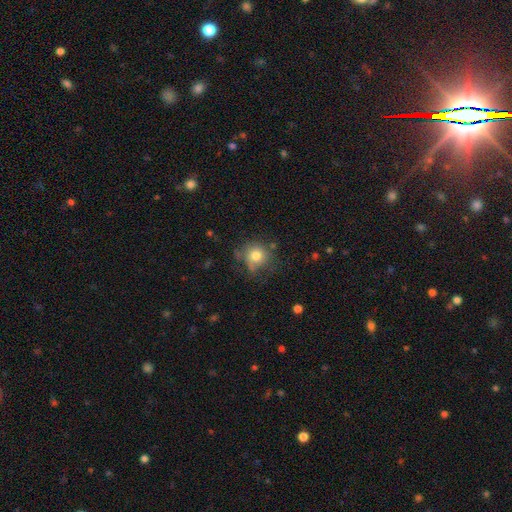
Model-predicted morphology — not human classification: smooth_or_featured: smooth (p=0.77) [alt: featured or disk p=0.12]
how_rounded: round (p=0.86) [alt: in between p=0.13]
merging: none (p=0.64) [alt: minor disturbance p=0.22]